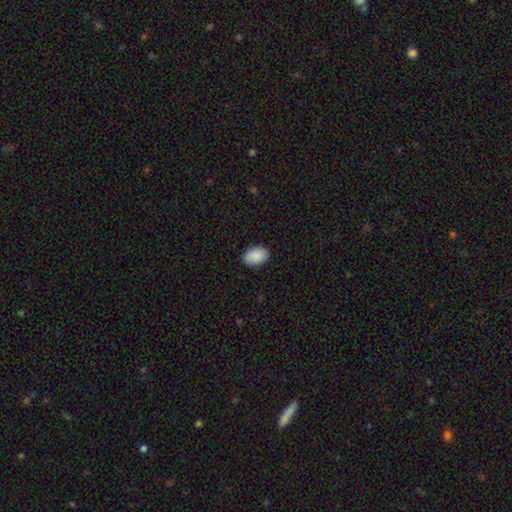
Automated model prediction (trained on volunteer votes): The model was most divided on "how rounded": in between: 89%, round: 10%, cigar-shaped: 1%. More confident: smooth or featured — smooth (90%); merging — none (89%).